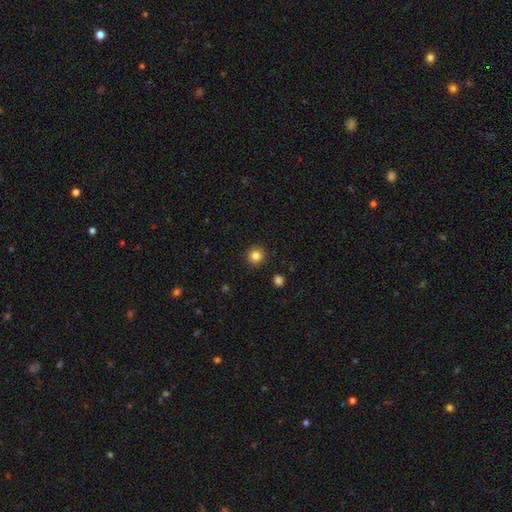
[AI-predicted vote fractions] A smooth galaxy with no disk features (84%) that is round (93%).

Vote fractions:
- Smooth or featured? smooth: 84% / star or artifact: 12% / featured or disk: 5%
- How rounded? round: 93% / in between: 6% / cigar-shaped: 1%
- Merging? none: 92% / minor disturbance: 5% / major disturbance: 2% / merger: 1%